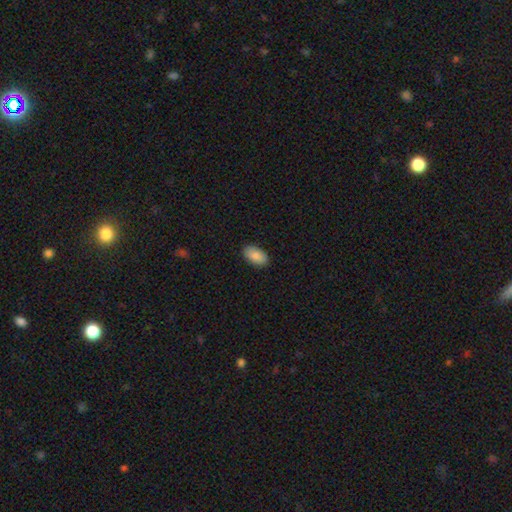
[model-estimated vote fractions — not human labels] Smooth or featured? smooth (88%)
How rounded? in between (94%)
Merging? none (89%)